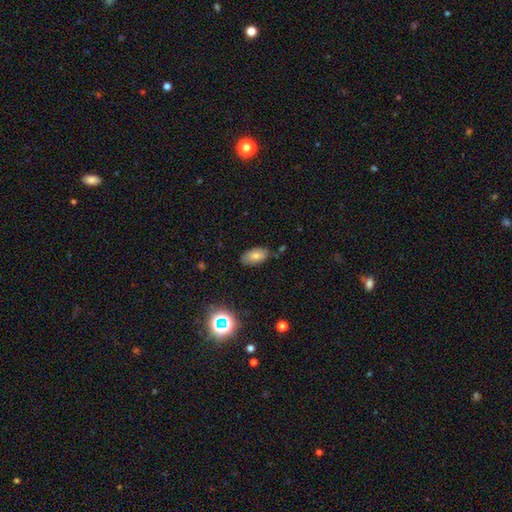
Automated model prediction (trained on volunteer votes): Morphology: type=smooth (76%); roundness=in between (93%); merging=none (77%).